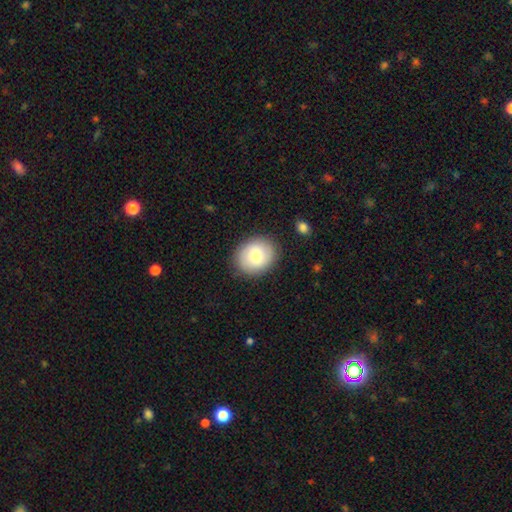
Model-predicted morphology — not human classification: Smooth or featured? smooth (77%)
How rounded? round (60%)
Merging? none (86%)